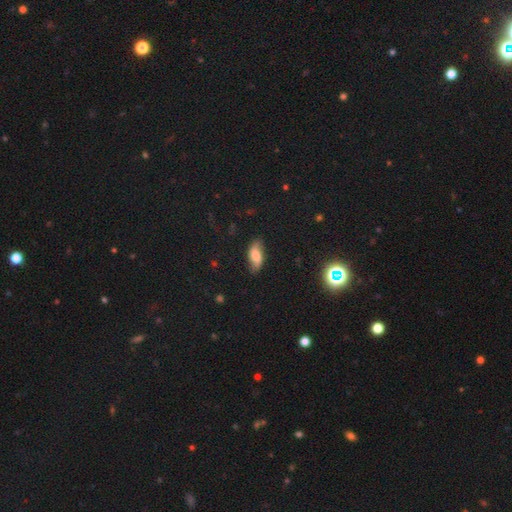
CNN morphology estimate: Smooth or featured? smooth (61%)
How rounded? in between (84%)
Merging? none (75%)